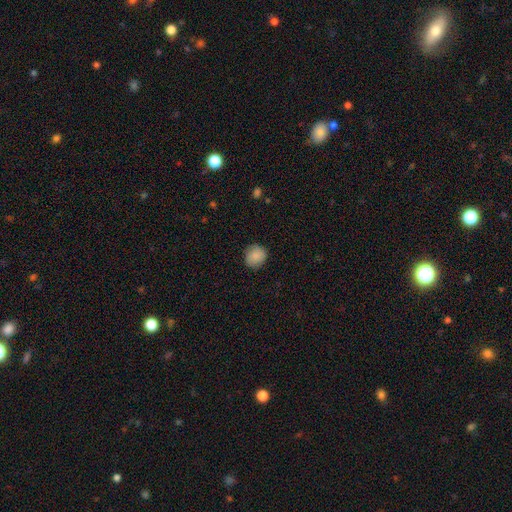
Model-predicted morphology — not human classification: This is clearly a smooth galaxy (88%). How rounded: clearly round (87%). Merging: clearly none (88%).